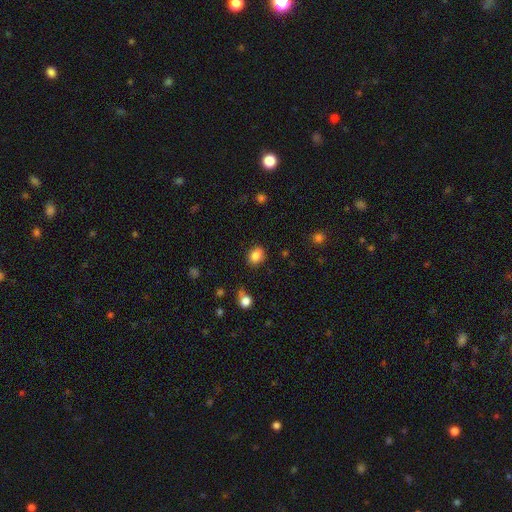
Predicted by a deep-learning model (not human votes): smooth_or_featured: smooth (p=0.84) [alt: star or artifact p=0.10]
how_rounded: in between (p=0.52) [alt: round p=0.47]
merging: none (p=0.81) [alt: minor disturbance p=0.13]